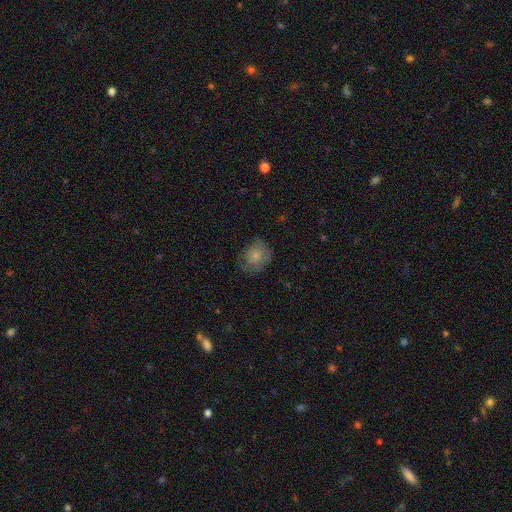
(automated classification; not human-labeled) Smooth or featured?
  - smooth: 73% *
  - featured or disk: 19%
  - star or artifact: 8%
How rounded?
  - round: 62% *
  - in between: 37%
  - cigar-shaped: 1%
Merging?
  - none: 59% *
  - minor disturbance: 27%
  - major disturbance: 12%
  - merger: 1%